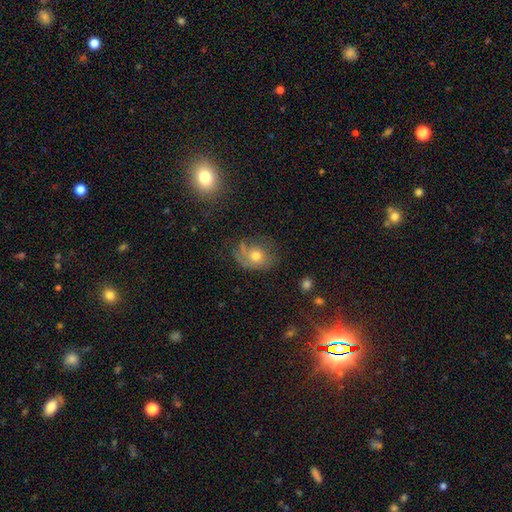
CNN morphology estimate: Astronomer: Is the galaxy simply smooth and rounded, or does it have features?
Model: smooth — 46% (runner-up: featured or disk, 41%).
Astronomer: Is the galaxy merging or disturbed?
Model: none — 54%.